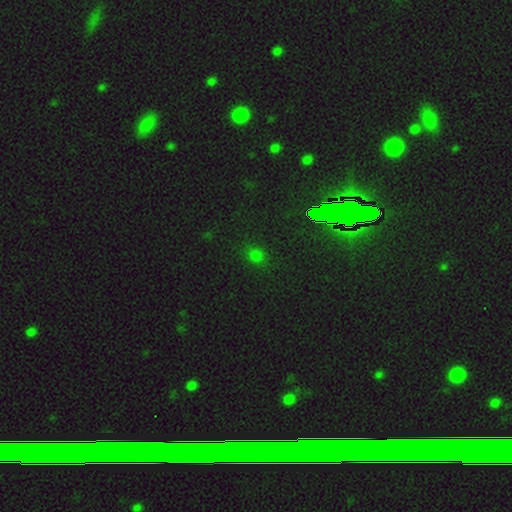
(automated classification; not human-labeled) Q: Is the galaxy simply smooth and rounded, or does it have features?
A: smooth — 63%.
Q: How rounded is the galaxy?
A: round — 76%.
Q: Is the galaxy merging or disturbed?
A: none — 85%.